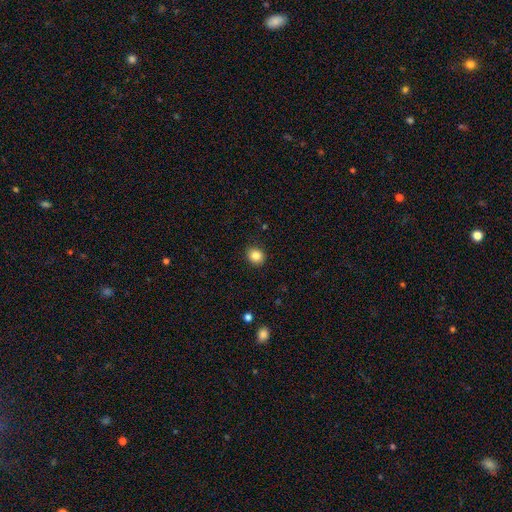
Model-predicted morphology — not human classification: Overall: smooth (85%). How rounded: round (75%). Merging: none (90%).